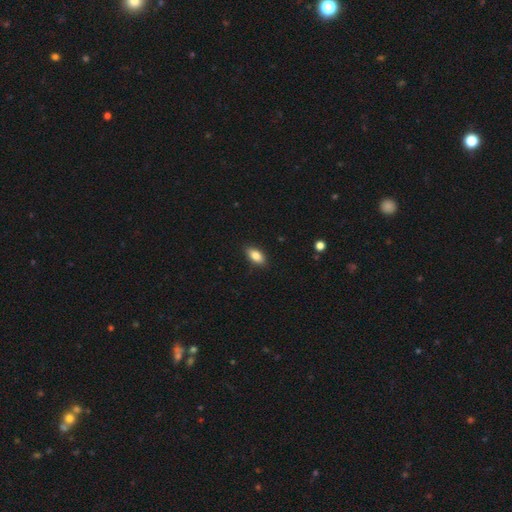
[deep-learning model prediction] Smooth or featured? Predicted: smooth (p=0.84). How rounded? Predicted: in between (p=0.89). Merging? Predicted: none (p=0.87).